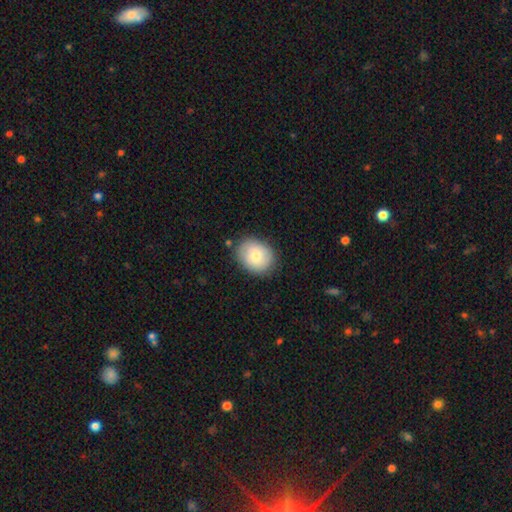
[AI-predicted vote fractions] Smooth or featured? Predicted: smooth (p=0.78). How rounded? Predicted: round (p=0.53). Merging? Predicted: none (p=0.81).